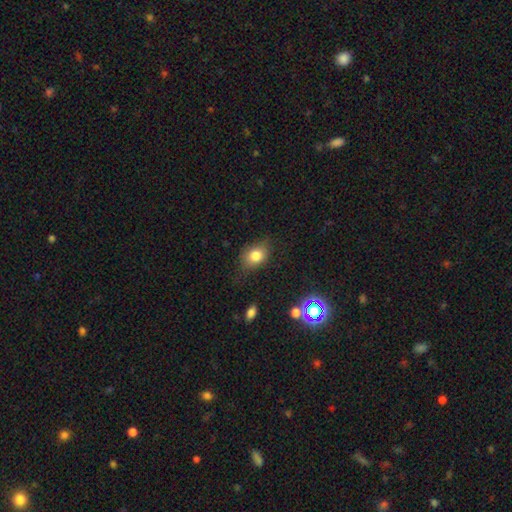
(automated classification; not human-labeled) Q: Smooth or featured?
A: smooth (80%); runner-up: star or artifact (11%)
Q: How rounded?
A: in between (65%); runner-up: round (34%)
Q: Merging?
A: none (70%); runner-up: minor disturbance (22%)